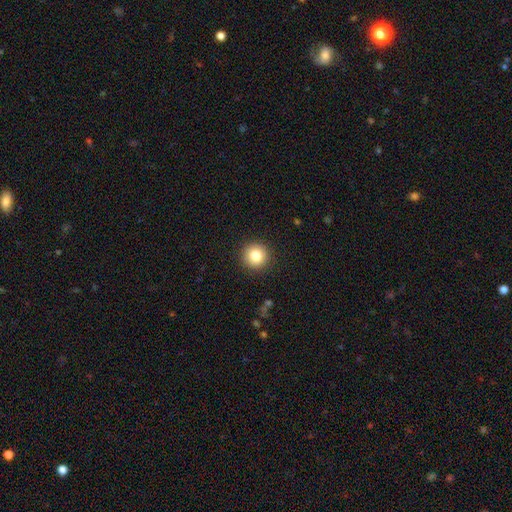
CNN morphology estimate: smooth-or-featured: smooth: 83% | star or artifact: 10% | featured or disk: 7%
  how-rounded: round: 95% | in between: 4% | cigar-shaped: 1%
  merging: none: 92% | minor disturbance: 5% | major disturbance: 2% | merger: 1%